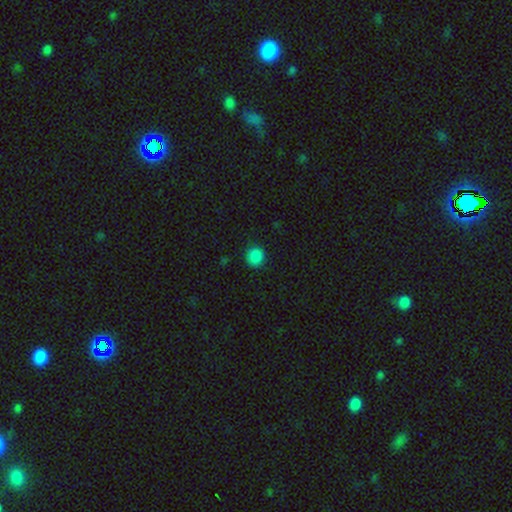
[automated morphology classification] The model was most divided on "how rounded": round: 86%, in between: 13%, cigar-shaped: 1%. More confident: merging — none (87%); smooth or featured — smooth (86%).